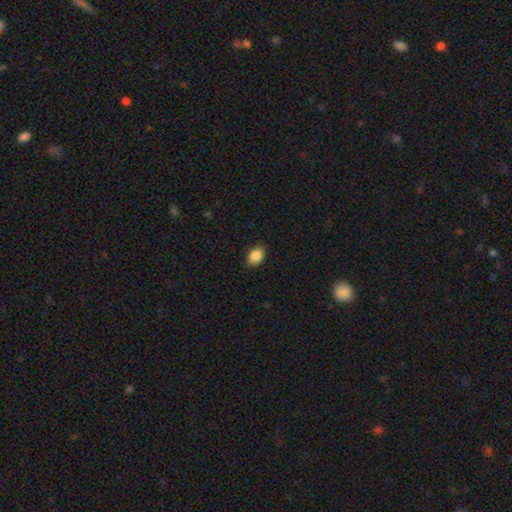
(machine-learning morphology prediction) Q: Smooth or featured?
A: smooth (88%); runner-up: star or artifact (8%)
Q: How rounded?
A: in between (83%); runner-up: round (16%)
Q: Merging?
A: none (87%); runner-up: minor disturbance (10%)